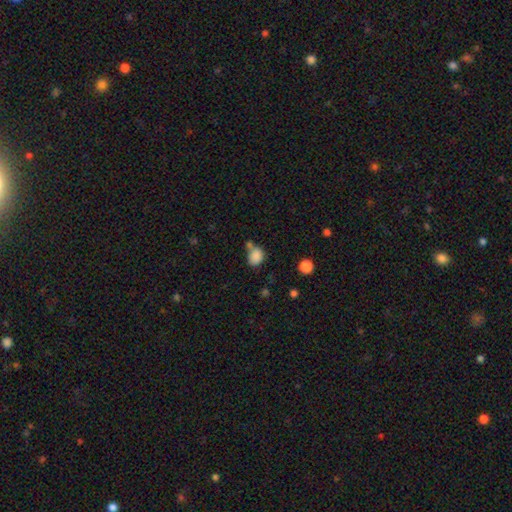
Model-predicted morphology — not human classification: smooth_or_featured: smooth (p=0.84) [alt: star or artifact p=0.10]
how_rounded: in between (p=0.56) [alt: round p=0.42]
merging: none (p=0.48) [alt: merger p=0.28]